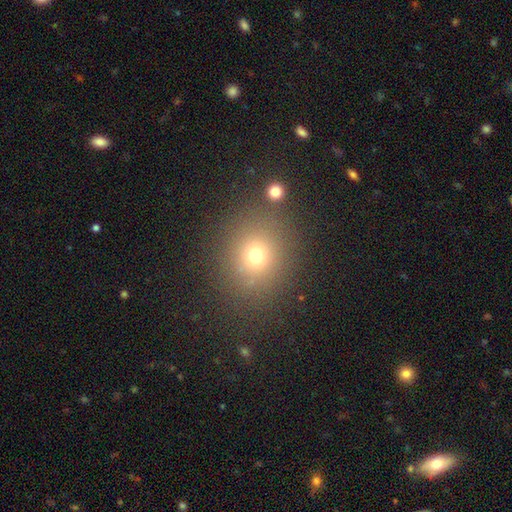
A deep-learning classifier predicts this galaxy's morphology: smooth_or_featured: smooth (p=0.71) [alt: star or artifact p=0.20]
how_rounded: round (p=0.74) [alt: in between p=0.25]
merging: none (p=0.83) [alt: minor disturbance p=0.09]